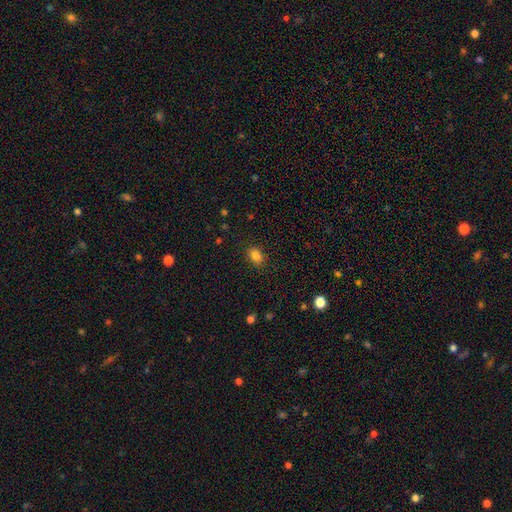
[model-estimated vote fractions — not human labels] A smooth galaxy with no disk features (84%) that is in between round and cigar-shaped (67%).

Vote fractions:
- Smooth or featured? smooth: 84% / star or artifact: 11% / featured or disk: 5%
- How rounded? in between: 67% / round: 32% / cigar-shaped: 1%
- Merging? none: 87% / minor disturbance: 10% / major disturbance: 3% / merger: 1%